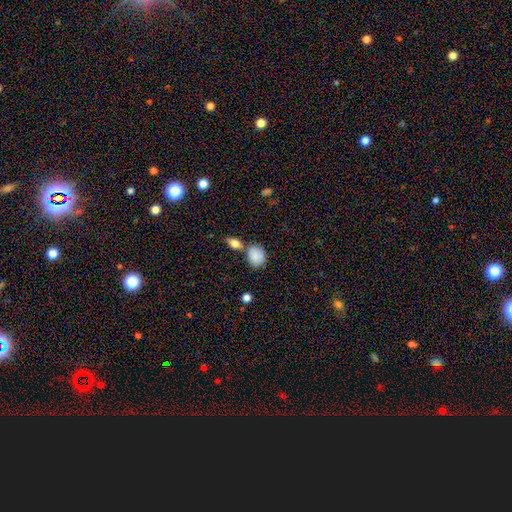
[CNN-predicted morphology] smooth_or_featured: smooth (p=0.86) [alt: star or artifact p=0.08]
how_rounded: round (p=0.52) [alt: in between p=0.47]
merging: none (p=0.58) [alt: merger p=0.23]